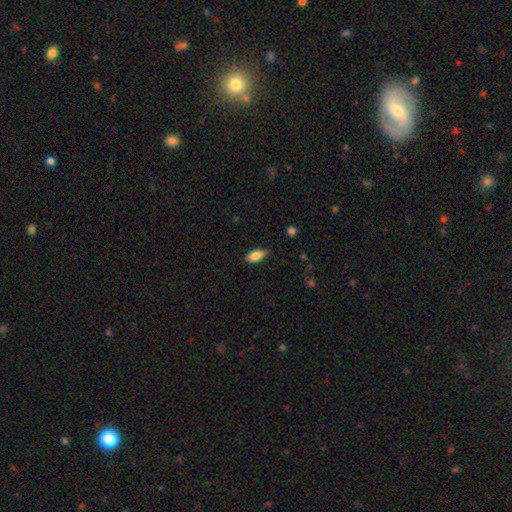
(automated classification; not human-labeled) Smooth or featured? smooth (85%)
How rounded? in between (89%)
Merging? none (79%)